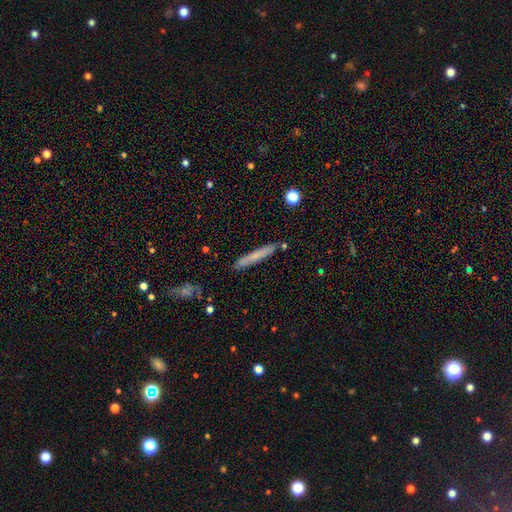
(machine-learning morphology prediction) Smooth or featured? Predicted: smooth (p=0.59). How rounded? Predicted: cigar-shaped (p=0.95). Merging? Predicted: none (p=0.84).